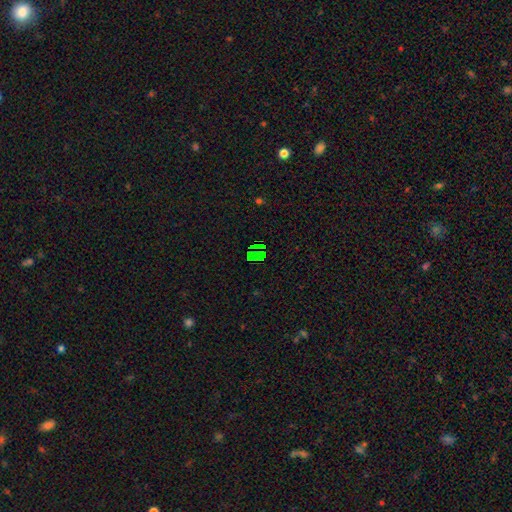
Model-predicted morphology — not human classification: smooth-or-featured: star or artifact: 61% | smooth: 29% | featured or disk: 9%